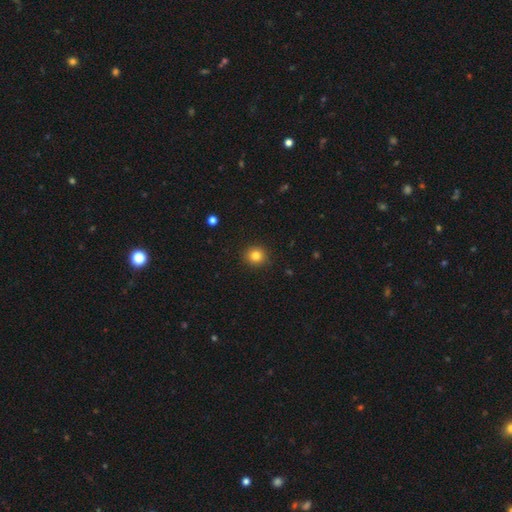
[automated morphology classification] smooth 82%, star or artifact 12%, featured or disk 6%. Down the decision tree: how rounded — round (90%); merging — none (92%).